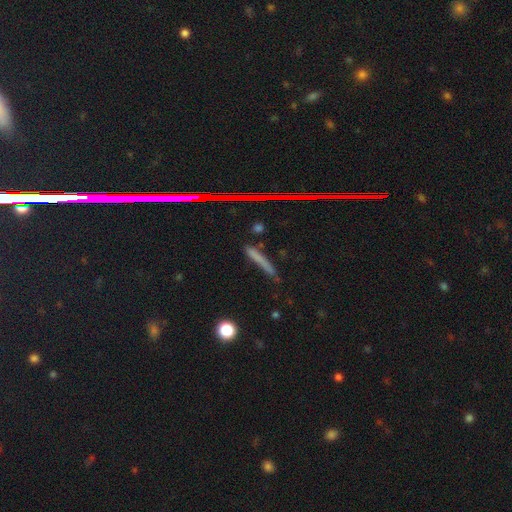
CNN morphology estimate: A smooth galaxy with no disk features (62%) that is cigar-shaped (91%). Merging: none (67%).